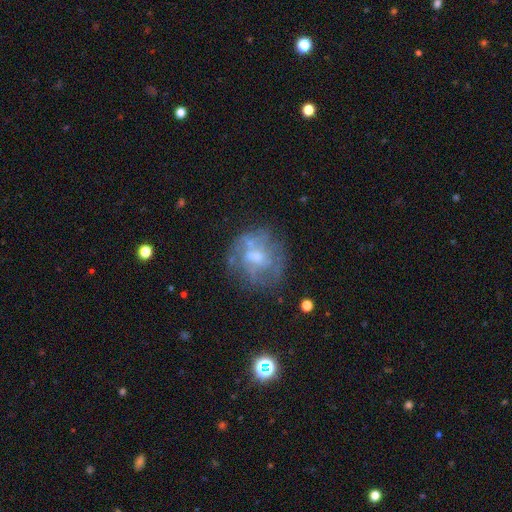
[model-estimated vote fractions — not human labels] This appears to be a featured or disk galaxy (60%) with no bar (71%), no spiral arms (70%) and a moderate central bulge (46%). Merging: none (59%).